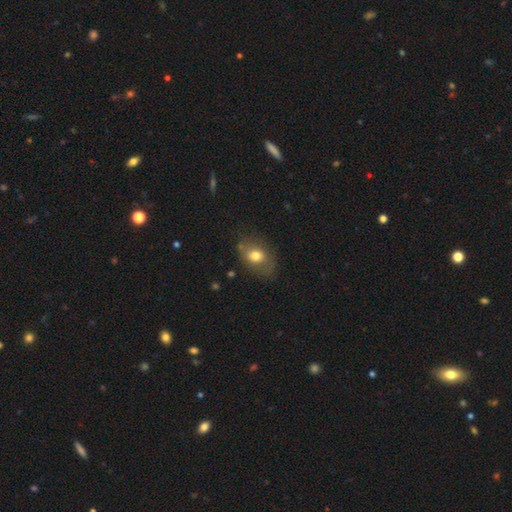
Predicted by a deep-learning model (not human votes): Overall: smooth (71%). How rounded: in between (69%; round 30%). Merging: none (64%).